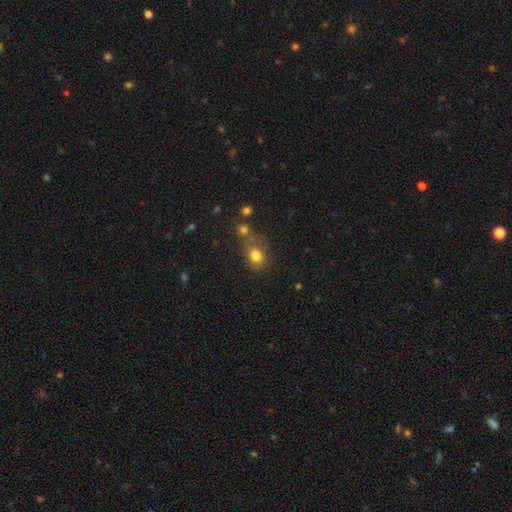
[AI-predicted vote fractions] Smooth or featured? smooth (80%)
How rounded? round (63%)
Merging? none (53%)